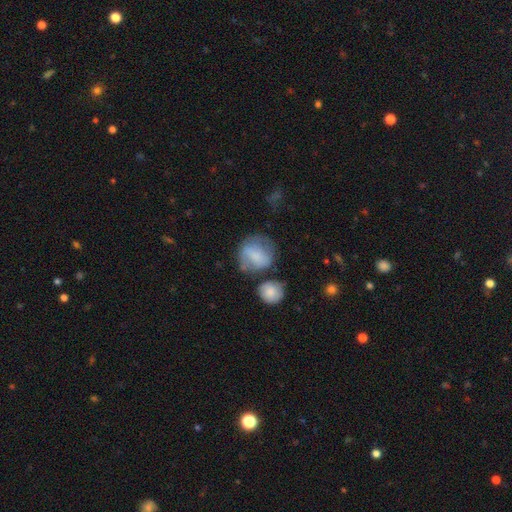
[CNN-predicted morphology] Q: Smooth or featured?
A: smooth (64%); runner-up: featured or disk (28%)
Q: How rounded?
A: round (73%); runner-up: in between (25%)
Q: Merging?
A: none (49%); runner-up: minor disturbance (25%)